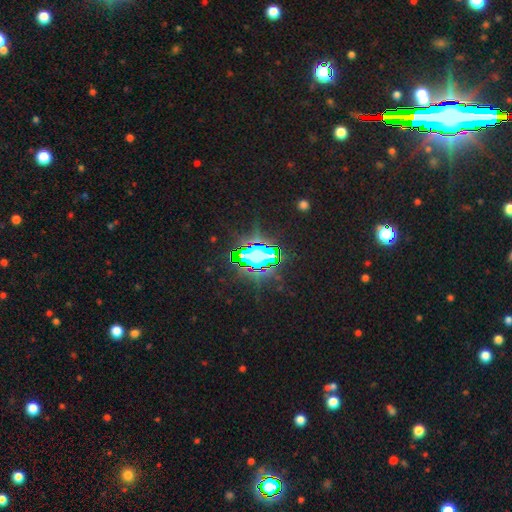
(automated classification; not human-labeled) Smooth or featured? star or artifact (72%)